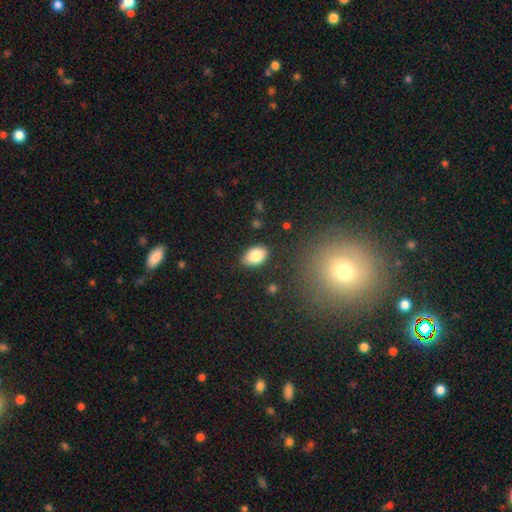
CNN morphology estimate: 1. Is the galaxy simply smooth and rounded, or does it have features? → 85% smooth, 8% star or artifact, 7% featured or disk.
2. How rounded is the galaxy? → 89% in between, 9% round, 1% cigar-shaped.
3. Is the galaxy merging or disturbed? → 83% none, 13% minor disturbance, 3% major disturbance, 2% merger.